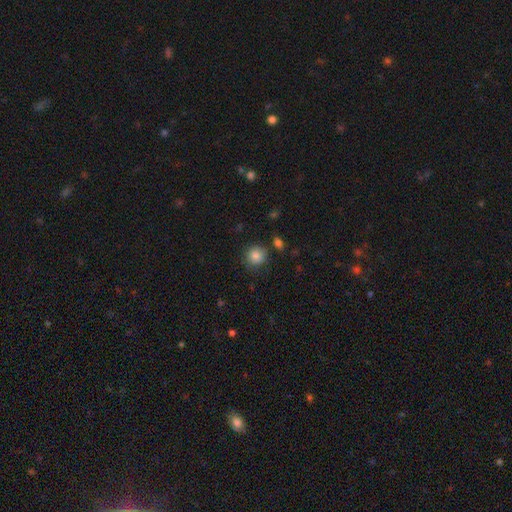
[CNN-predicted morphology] The model was most divided on "merging": none: 84%, minor disturbance: 10%, merger: 4%, major disturbance: 3%. More confident: how rounded — round (90%); smooth or featured — smooth (84%).